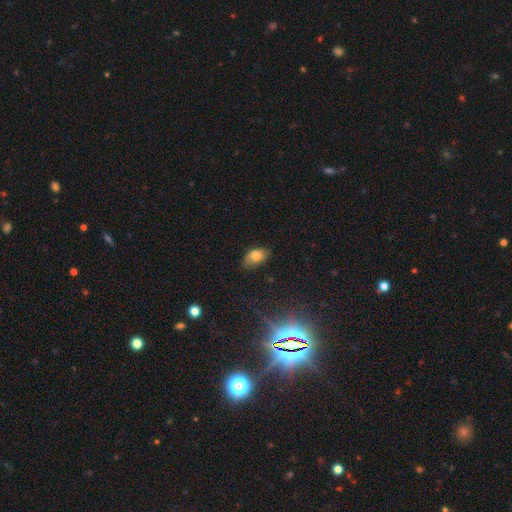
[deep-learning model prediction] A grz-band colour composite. It shows a smooth galaxy with no disk features (72%) that is in between round and cigar-shaped (92%). Merging: none (61%).